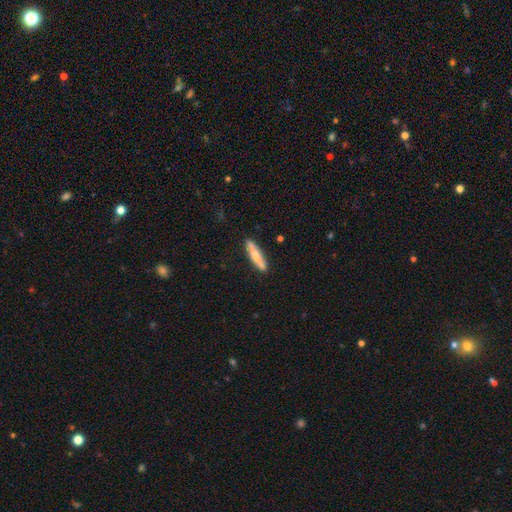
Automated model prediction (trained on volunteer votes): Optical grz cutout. It shows a smooth galaxy with no disk features (63%) that is cigar-shaped (84%). Merging: none (85%).